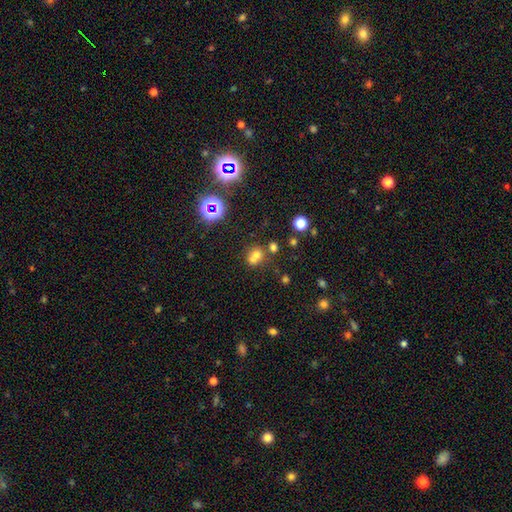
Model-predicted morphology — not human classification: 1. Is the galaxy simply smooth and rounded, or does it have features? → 61% smooth, 24% star or artifact, 16% featured or disk.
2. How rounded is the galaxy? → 79% round, 20% in between, 1% cigar-shaped.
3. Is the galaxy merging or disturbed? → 51% merger, 39% none, 7% minor disturbance, 3% major disturbance.